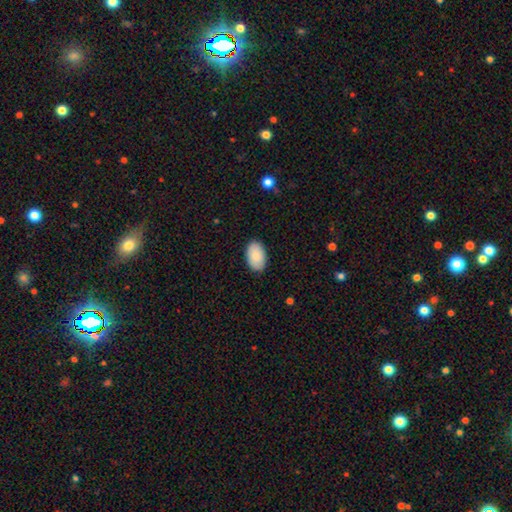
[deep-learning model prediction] Smooth or featured?
  - smooth: 88% *
  - featured or disk: 6%
  - star or artifact: 6%
How rounded?
  - in between: 94% *
  - round: 5%
  - cigar-shaped: 1%
Merging?
  - none: 88% *
  - minor disturbance: 9%
  - major disturbance: 2%
  - merger: 1%